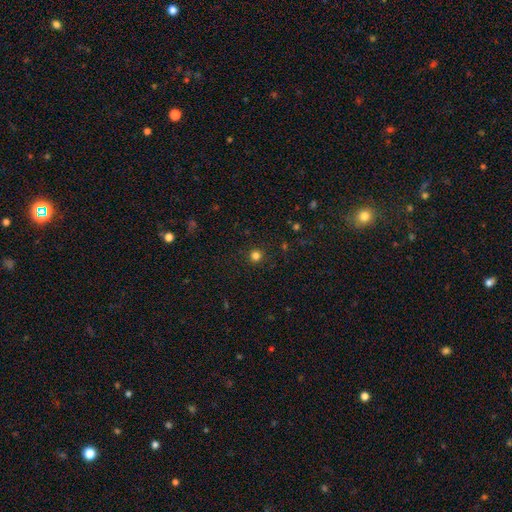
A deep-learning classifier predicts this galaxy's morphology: A smooth galaxy with no disk features (81%) that is round (95%). Merging: none (92%).